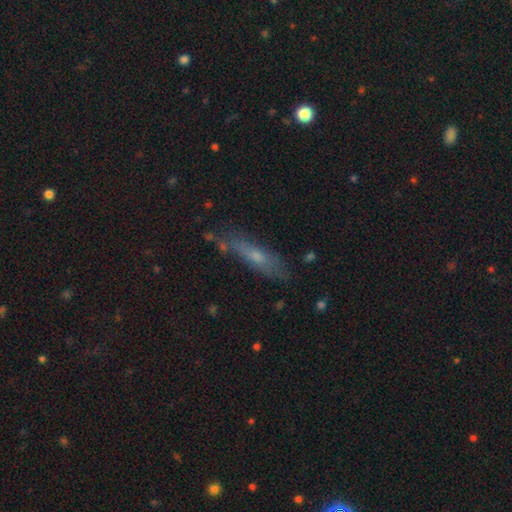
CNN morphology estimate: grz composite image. It shows a smooth galaxy with no disk features (45%). Merging: none (73%).